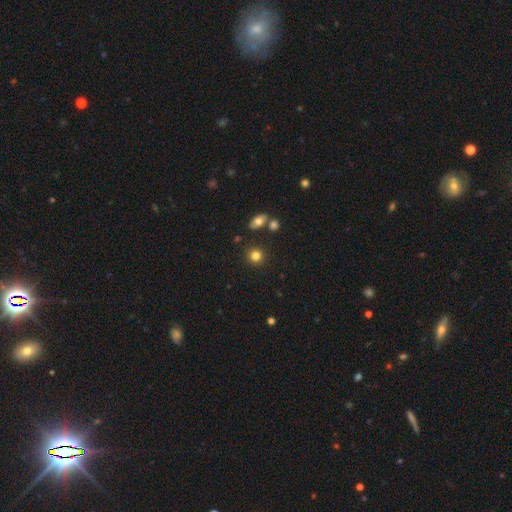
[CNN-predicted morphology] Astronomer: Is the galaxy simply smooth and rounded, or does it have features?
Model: smooth — 82%.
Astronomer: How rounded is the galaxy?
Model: round — 88%.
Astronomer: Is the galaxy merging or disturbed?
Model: none — 85%.